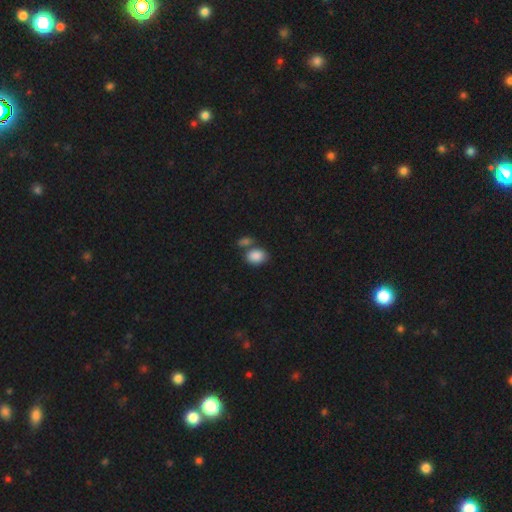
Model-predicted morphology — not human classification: smooth-or-featured: smooth: 87% | star or artifact: 8% | featured or disk: 5%
  how-rounded: in between: 76% | round: 23% | cigar-shaped: 1%
  merging: none: 54% | merger: 30% | minor disturbance: 12% | major disturbance: 4%